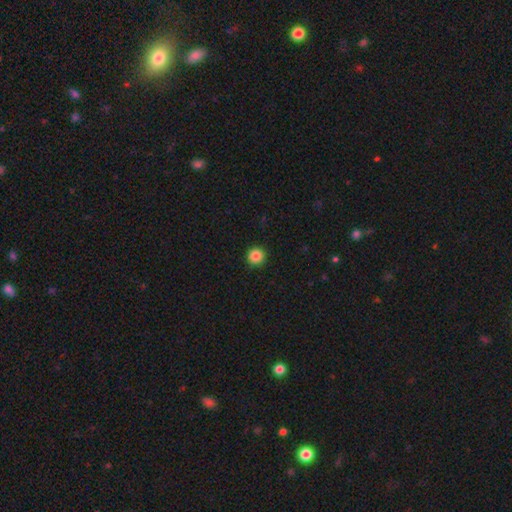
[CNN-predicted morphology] This appears to be a smooth galaxy with no disk features (85%) that is round (94%). Merging: none (92%).